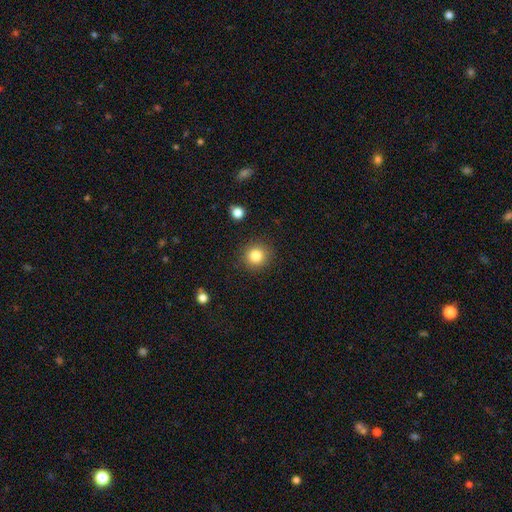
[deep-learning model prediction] Smooth or featured: smooth — 83% (star or artifact — 11%)
How rounded: round — 92% (in between — 7%)
Merging: none — 89% (minor disturbance — 7%)